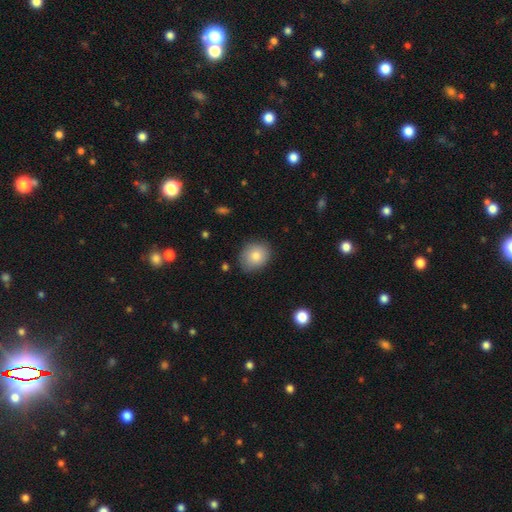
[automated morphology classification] A smooth galaxy with no disk features (83%) that is round (61%). Merging: none (82%).